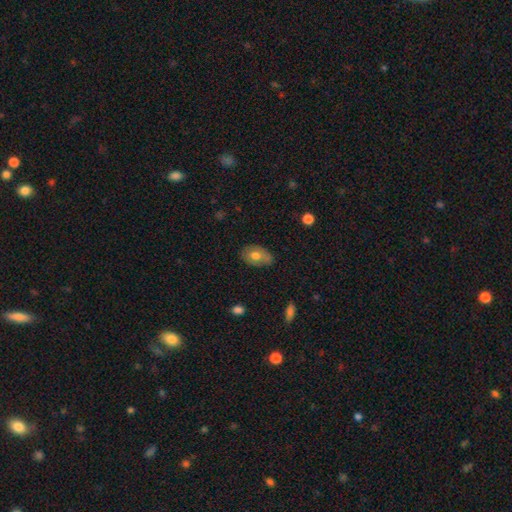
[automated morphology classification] smooth-or-featured: smooth: 68% | featured or disk: 25% | star or artifact: 7%
  how-rounded: in between: 86% | round: 13% | cigar-shaped: 1%
  merging: none: 73% | minor disturbance: 21% | major disturbance: 4% | merger: 1%